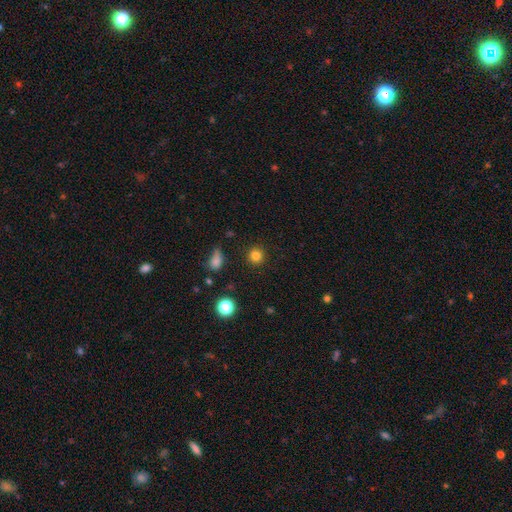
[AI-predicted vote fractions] Smooth or featured? smooth (82%)
How rounded? round (92%)
Merging? none (89%)